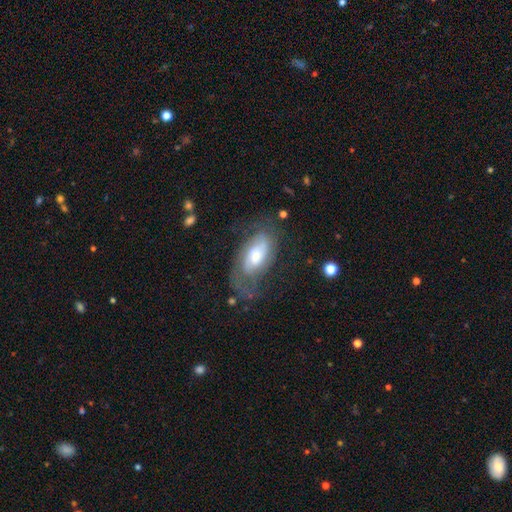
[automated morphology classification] Overall: featured or disk (68%). Edge-on disk: no (93%). Bar: no (59%; weak 32%). Spiral arms: yes (85%). Spiral arm count: 2 (49%; can't tell 31%). Spiral winding: medium (40%; tight 39%). Bulge size: moderate (49%; small 33%). Merging: none (52%; major disturbance 24%).